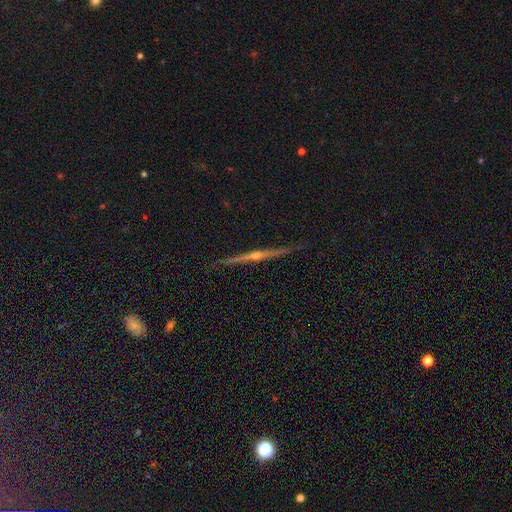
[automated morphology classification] Overall: featured or disk (85%). Edge-on disk: yes (98%). Edge-on bulge: rounded (88%). Merging: none (90%).